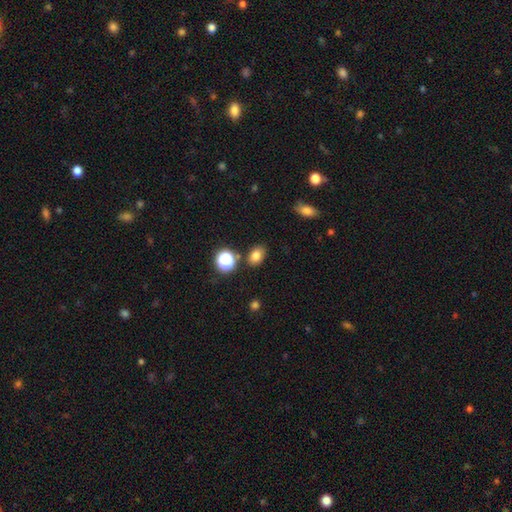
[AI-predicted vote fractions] The model was most divided on "how rounded": in between: 70%, round: 29%, cigar-shaped: 1%. More confident: merging — none (81%); smooth or featured — smooth (79%).